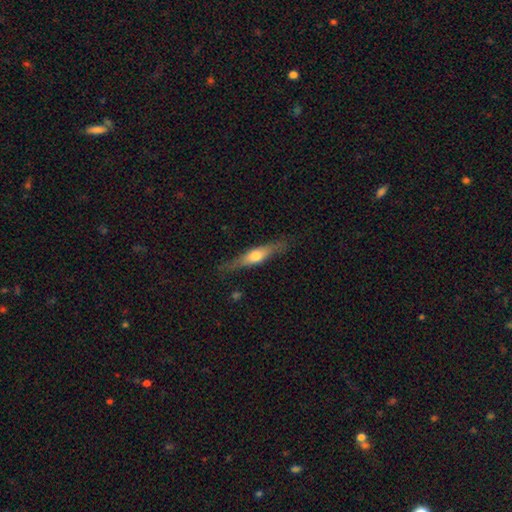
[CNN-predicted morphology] smooth-or-featured: featured or disk: 55% | smooth: 39% | star or artifact: 6%
  disk-edge-on: yes: 92% | no: 8%
    edge-on-bulge: rounded: 89% | boxy: 6% | none: 5%
  merging: none: 82% | minor disturbance: 14% | major disturbance: 3% | merger: 1%